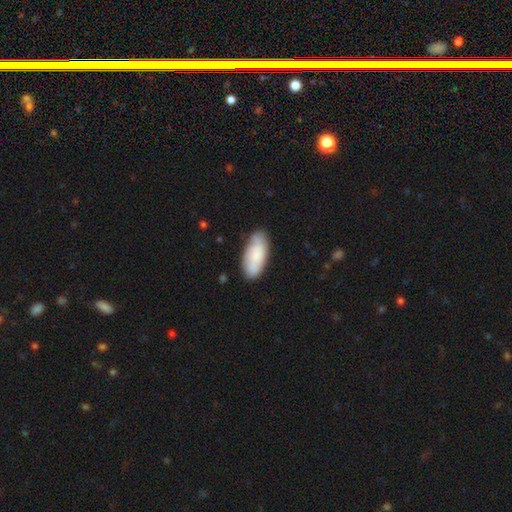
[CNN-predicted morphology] Smooth or featured?
  - smooth: 74% *
  - featured or disk: 20%
  - star or artifact: 6%
How rounded?
  - in between: 88% *
  - cigar-shaped: 10%
  - round: 2%
Merging?
  - none: 72% *
  - minor disturbance: 21%
  - major disturbance: 4%
  - merger: 3%